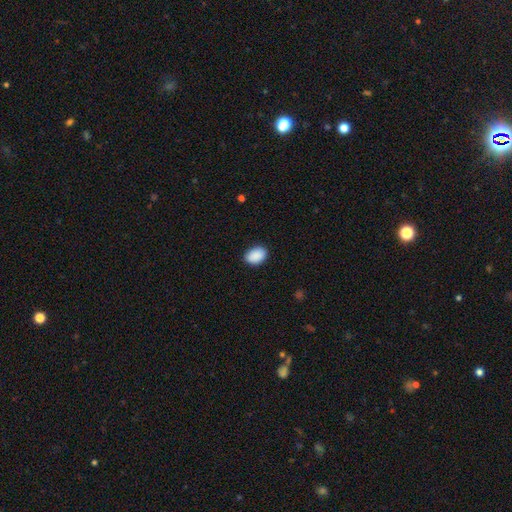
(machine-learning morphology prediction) Q: Smooth or featured?
A: smooth (91%); runner-up: star or artifact (7%)
Q: How rounded?
A: in between (82%); runner-up: round (17%)
Q: Merging?
A: none (88%); runner-up: minor disturbance (9%)